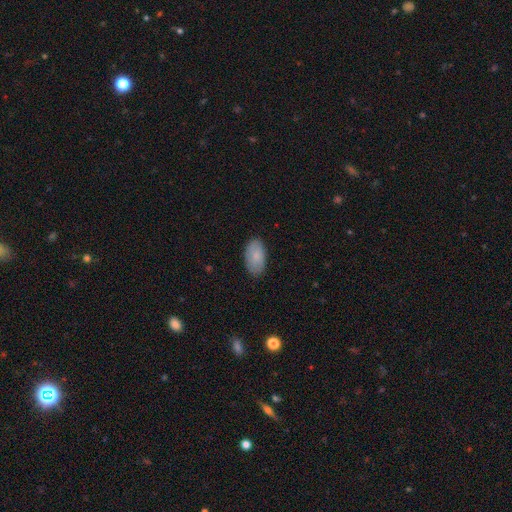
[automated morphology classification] This appears to be a smooth galaxy with no disk features (83%) that is in between round and cigar-shaped (95%). Merging: none (84%).